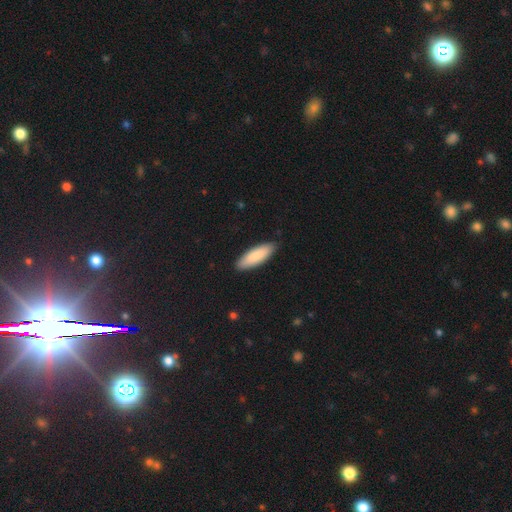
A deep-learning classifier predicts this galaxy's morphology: Smooth or featured: smooth — 87% (featured or disk — 8%)
How rounded: in between — 55% (cigar-shaped — 43%)
Merging: none — 87% (minor disturbance — 10%)